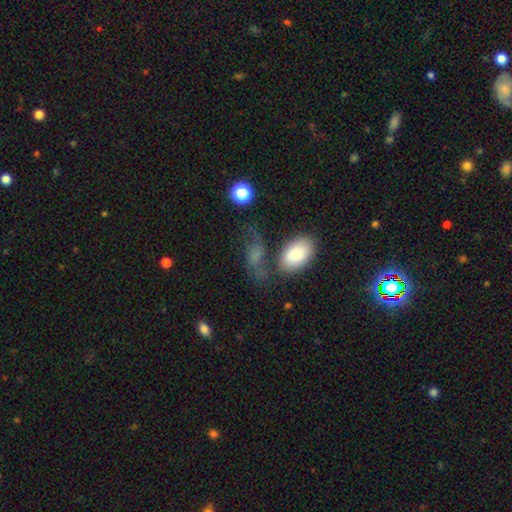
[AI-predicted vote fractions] This is possibly a smooth galaxy (49%). Merging: marginally none (43%).